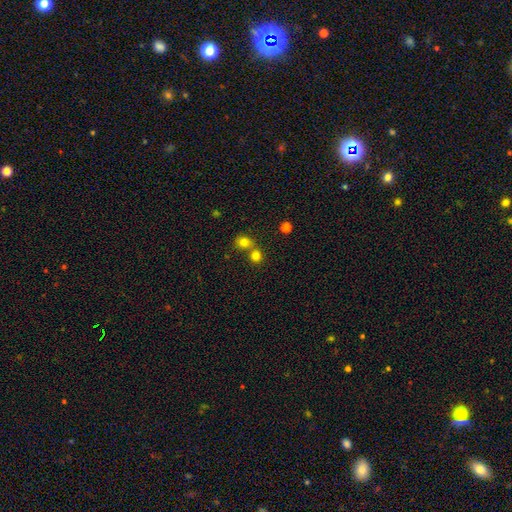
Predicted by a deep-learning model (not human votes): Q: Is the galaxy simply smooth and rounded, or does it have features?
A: smooth — 78%.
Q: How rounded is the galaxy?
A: round — 87%.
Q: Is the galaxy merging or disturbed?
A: none — 54%.